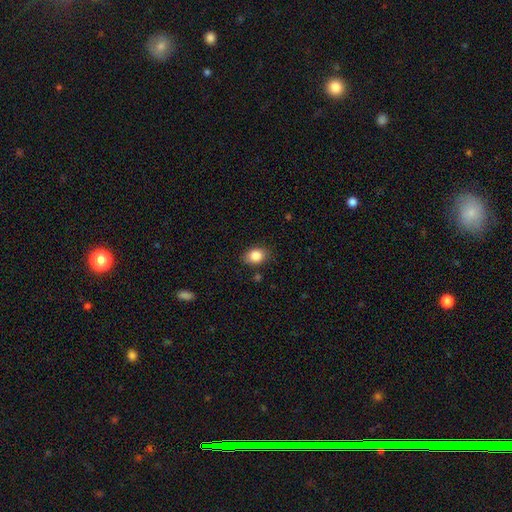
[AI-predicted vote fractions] smooth-or-featured: smooth: 86% | star or artifact: 9% | featured or disk: 6%
  how-rounded: in between: 65% | round: 34% | cigar-shaped: 1%
  merging: none: 81% | minor disturbance: 14% | major disturbance: 3% | merger: 2%